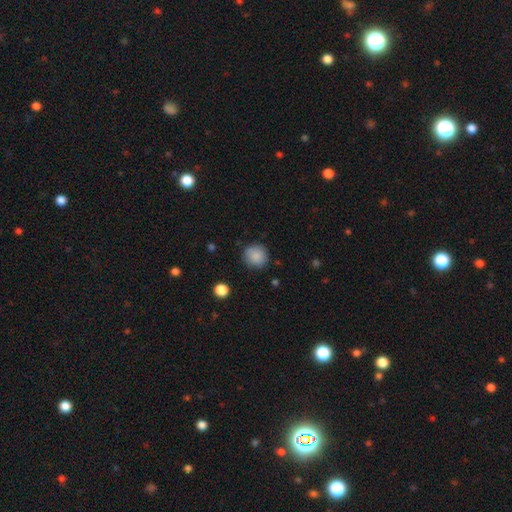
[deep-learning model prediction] smooth-or-featured: smooth: 88% | star or artifact: 8% | featured or disk: 4%
  how-rounded: round: 91% | in between: 8% | cigar-shaped: 1%
  merging: none: 85% | minor disturbance: 11% | major disturbance: 3% | merger: 1%